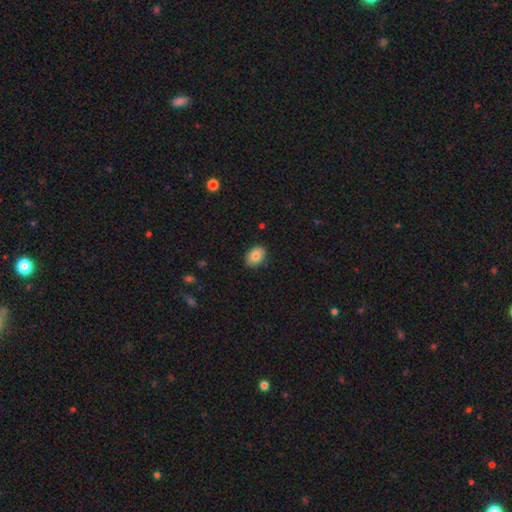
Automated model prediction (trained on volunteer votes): smooth 82%, featured or disk 10%, star or artifact 8%. Down the decision tree: how rounded — in between (81%); merging — none (86%).